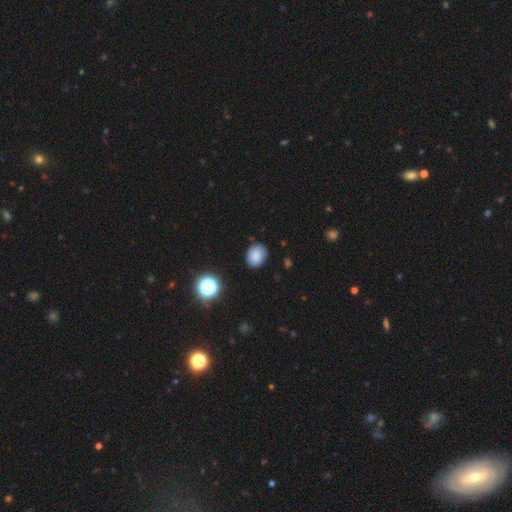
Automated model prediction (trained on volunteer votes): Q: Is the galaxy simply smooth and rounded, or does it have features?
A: smooth — 82%.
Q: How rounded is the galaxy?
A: in between — 53%.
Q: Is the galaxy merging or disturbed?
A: none — 84%.